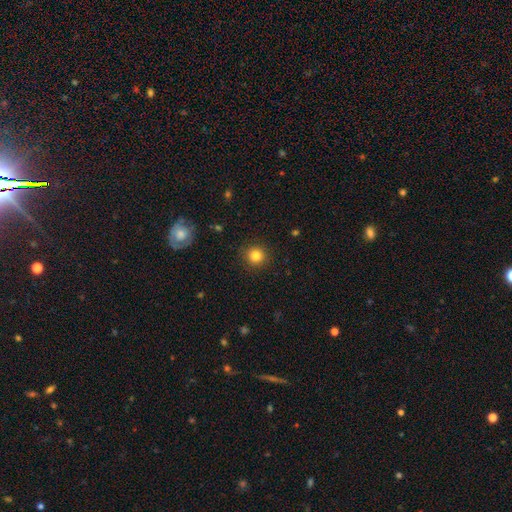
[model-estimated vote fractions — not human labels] The model was most divided on "smooth or featured": smooth: 83%, star or artifact: 11%, featured or disk: 6%. More confident: how rounded — round (94%); merging — none (91%).